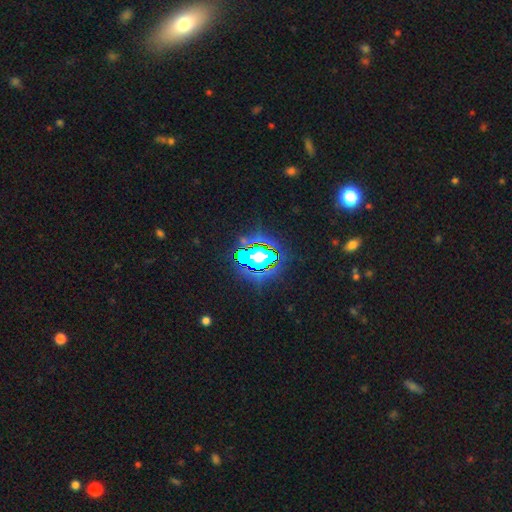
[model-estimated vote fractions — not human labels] smooth-or-featured: star or artifact: 79% | smooth: 13% | featured or disk: 9%